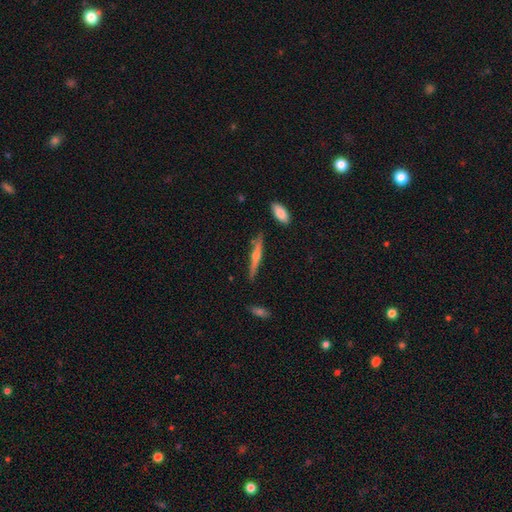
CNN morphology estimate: smooth-or-featured: featured or disk: 69% | smooth: 24% | star or artifact: 7%
  disk-edge-on: yes: 96% | no: 4%
    edge-on-bulge: rounded: 90% | none: 7% | boxy: 3%
  merging: none: 85% | minor disturbance: 11% | merger: 2% | major disturbance: 2%